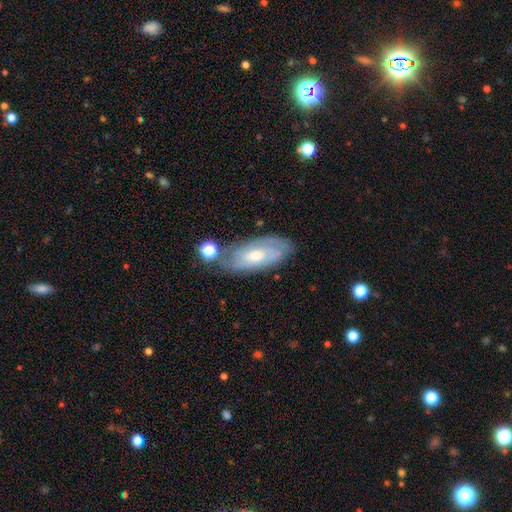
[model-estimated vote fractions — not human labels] smooth_or_featured: featured or disk (p=0.64) [alt: smooth p=0.29]
disk_edge_on: no (p=0.86) [alt: yes p=0.14]
bar: no (p=0.62) [alt: weak p=0.31]
has_spiral_arms: yes (p=0.78) [alt: no p=0.22]
bulge_size: moderate (p=0.60) [alt: small p=0.33]
merging: none (p=0.66) [alt: minor disturbance p=0.20]